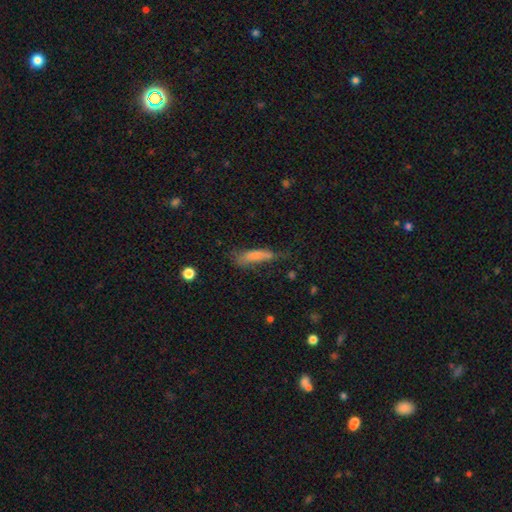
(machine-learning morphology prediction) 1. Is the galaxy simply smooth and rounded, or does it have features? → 72% smooth, 19% featured or disk, 9% star or artifact.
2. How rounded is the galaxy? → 67% cigar-shaped, 31% in between, 2% round.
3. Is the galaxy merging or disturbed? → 41% none, 32% minor disturbance, 23% major disturbance, 4% merger.